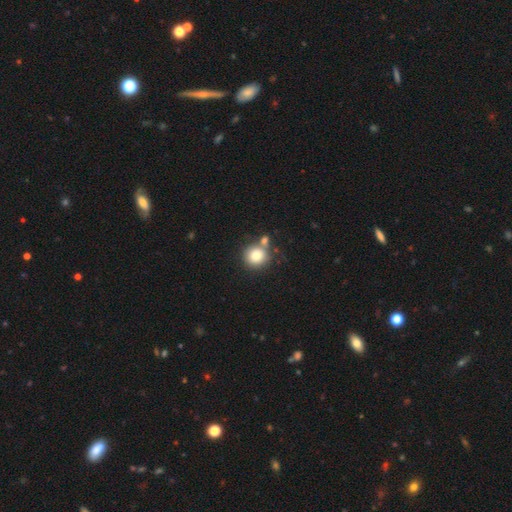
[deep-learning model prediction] The model was most divided on "merging": none: 63%, merger: 21%, minor disturbance: 11%, major disturbance: 4%. More confident: how rounded — round (91%); smooth or featured — smooth (81%).